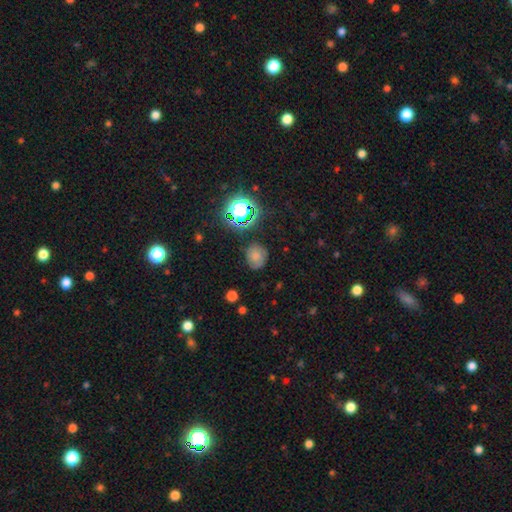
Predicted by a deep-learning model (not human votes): A smooth galaxy with no disk features (68%) that is round (72%).

Vote fractions:
- Smooth or featured? smooth: 68% / star or artifact: 19% / featured or disk: 13%
- How rounded? round: 72% / in between: 27% / cigar-shaped: 1%
- Merging? none: 72% / minor disturbance: 19% / major disturbance: 6% / merger: 3%